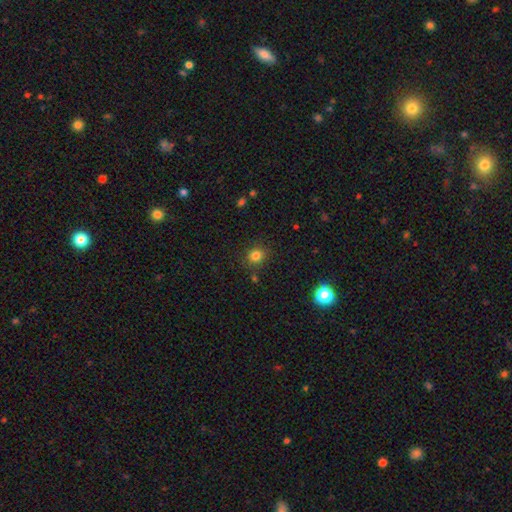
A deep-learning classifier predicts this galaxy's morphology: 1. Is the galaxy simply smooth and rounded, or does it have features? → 81% smooth, 13% star or artifact, 5% featured or disk.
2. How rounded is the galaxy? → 84% round, 15% in between, 1% cigar-shaped.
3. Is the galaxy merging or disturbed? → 84% none, 10% minor disturbance, 3% major disturbance, 3% merger.